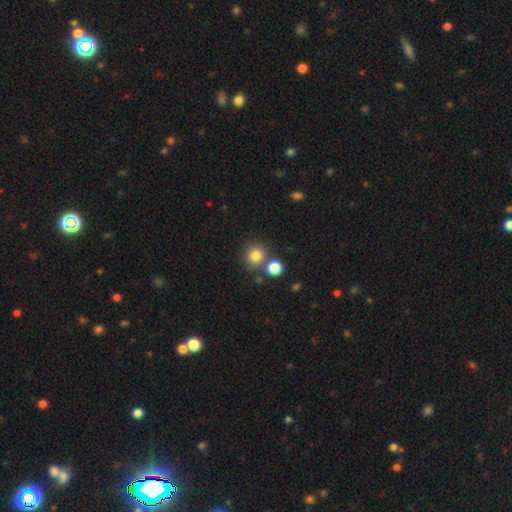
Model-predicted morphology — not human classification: smooth-or-featured: smooth: 82% | star or artifact: 12% | featured or disk: 7%
  how-rounded: round: 86% | in between: 13% | cigar-shaped: 1%
  merging: none: 70% | merger: 19% | minor disturbance: 9% | major disturbance: 3%